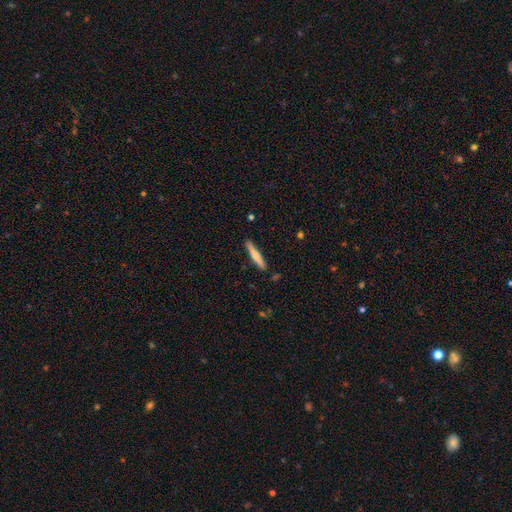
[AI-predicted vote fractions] Morphology: type=smooth (59%); roundness=cigar-shaped (93%); merging=none (89%).